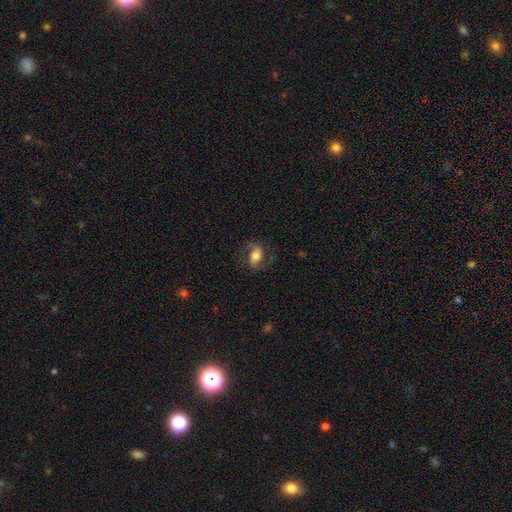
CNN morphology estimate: Smooth or featured? Predicted: featured or disk (p=0.53). Edge-on disk? Predicted: no (p=0.95). Merging? Predicted: none (p=0.71).